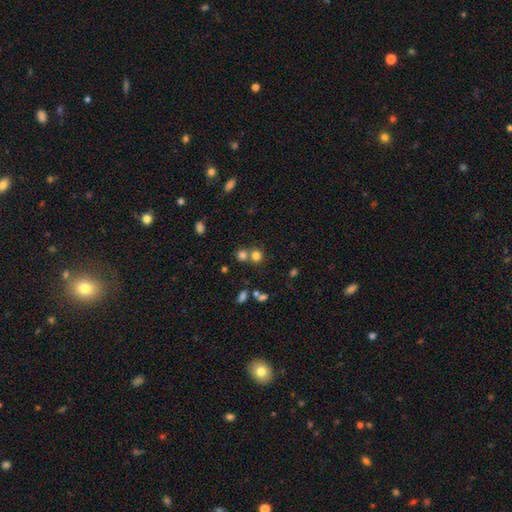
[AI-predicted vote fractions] This appears to be a smooth galaxy with no disk features (75%) that is round (86%). Merging: none (52%).